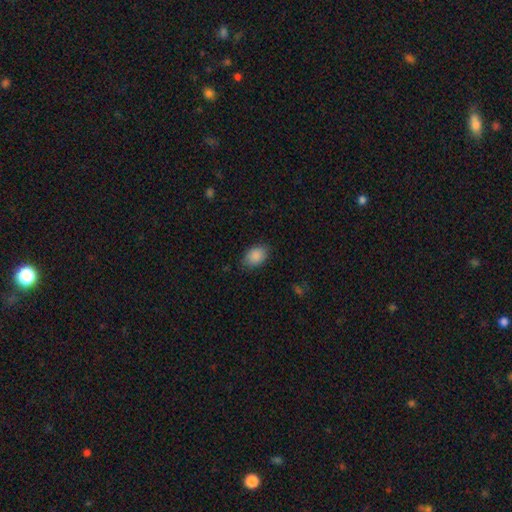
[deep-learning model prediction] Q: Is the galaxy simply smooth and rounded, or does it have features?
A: smooth — 89%.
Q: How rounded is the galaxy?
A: in between — 79%.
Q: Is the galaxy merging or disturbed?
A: none — 80%.